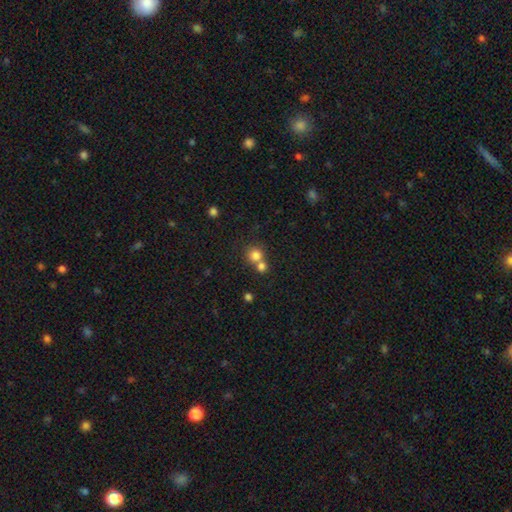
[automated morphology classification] smooth-or-featured: smooth: 80% | star or artifact: 12% | featured or disk: 8%
  how-rounded: round: 89% | in between: 10% | cigar-shaped: 1%
  merging: none: 49% | merger: 43% | minor disturbance: 6% | major disturbance: 3%